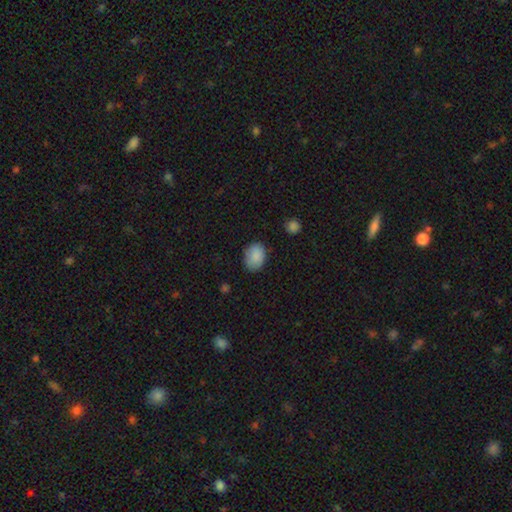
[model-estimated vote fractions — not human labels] A smooth galaxy with no disk features (87%) that is in between round and cigar-shaped (73%).

Vote fractions:
- Smooth or featured? smooth: 87% / star or artifact: 8% / featured or disk: 5%
- How rounded? in between: 73% / round: 26% / cigar-shaped: 1%
- Merging? none: 76% / minor disturbance: 19% / major disturbance: 4% / merger: 2%